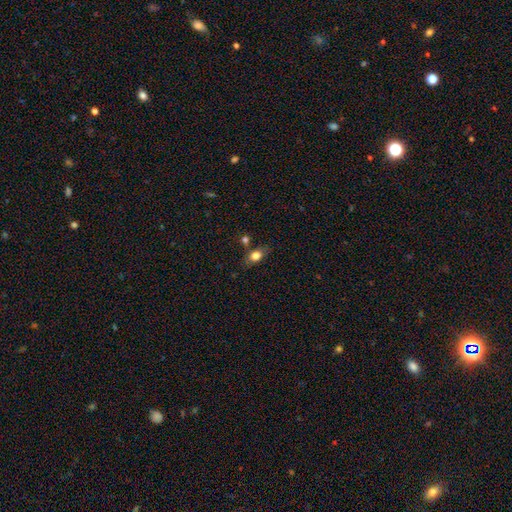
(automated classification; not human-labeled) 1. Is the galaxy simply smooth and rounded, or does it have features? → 78% smooth, 12% featured or disk, 10% star or artifact.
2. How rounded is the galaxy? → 73% in between, 22% round, 5% cigar-shaped.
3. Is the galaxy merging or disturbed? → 68% none, 17% minor disturbance, 10% merger, 5% major disturbance.